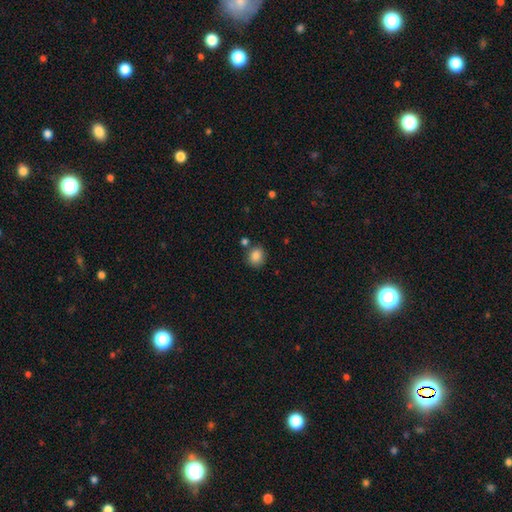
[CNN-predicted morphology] smooth 85%, star or artifact 10%, featured or disk 6%. Down the decision tree: how rounded — round (78%); merging — none (77%).